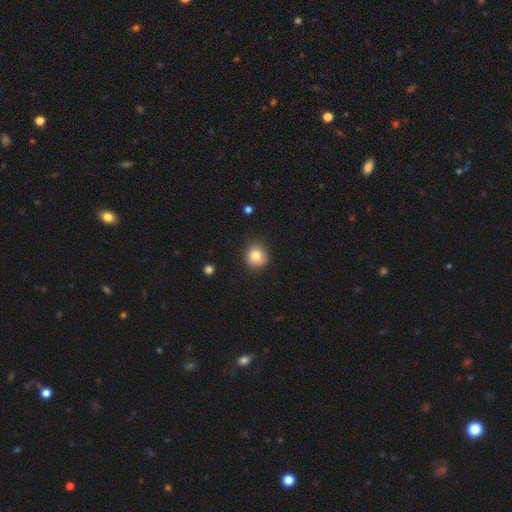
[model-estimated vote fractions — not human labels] The model was most divided on "merging": none: 81%, minor disturbance: 15%, major disturbance: 3%, merger: 2%. More confident: how rounded — round (87%); smooth or featured — smooth (82%).